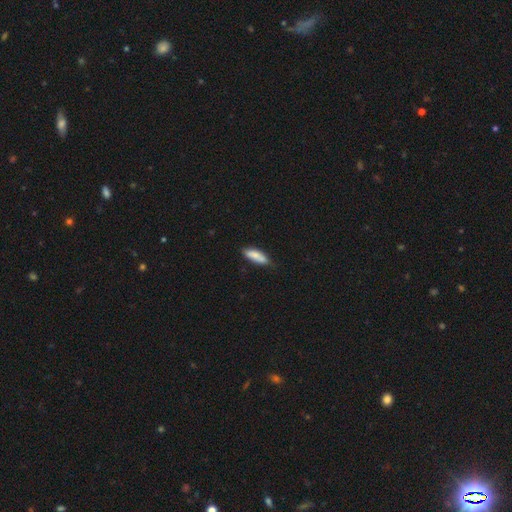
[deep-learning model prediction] smooth-or-featured: smooth: 82% | featured or disk: 12% | star or artifact: 6%
  how-rounded: in between: 53% | cigar-shaped: 45% | round: 2%
  merging: none: 73% | minor disturbance: 22% | major disturbance: 3% | merger: 2%